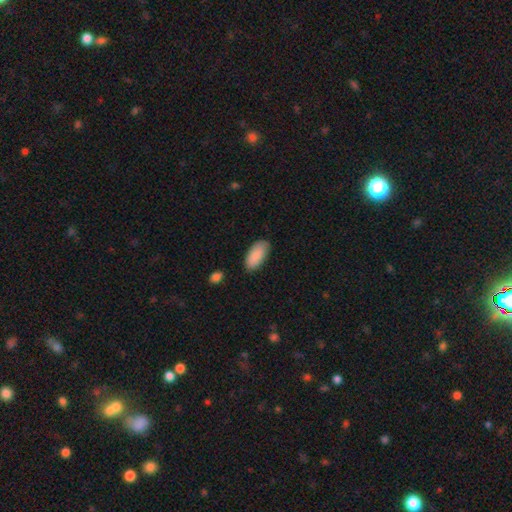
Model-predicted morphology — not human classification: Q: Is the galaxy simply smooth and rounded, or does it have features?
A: smooth — 89%.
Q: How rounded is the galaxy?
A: in between — 92%.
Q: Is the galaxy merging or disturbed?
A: none — 82%.